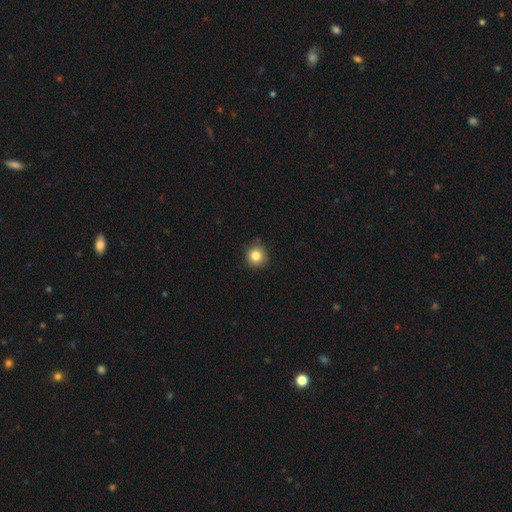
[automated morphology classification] This appears to be a smooth galaxy with no disk features (83%) that is round (94%). Merging: none (88%).